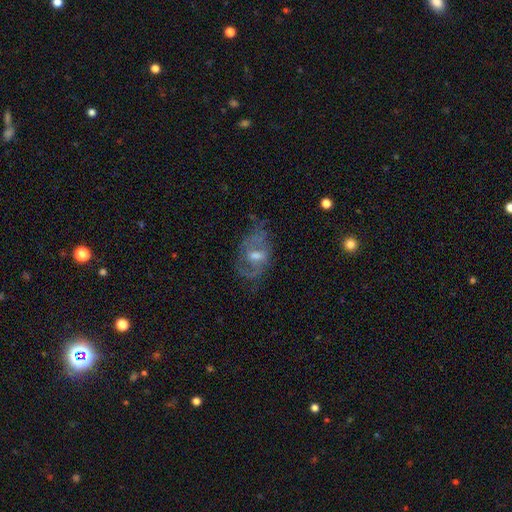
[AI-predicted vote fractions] Smooth or featured?
  - featured or disk: 67% *
  - smooth: 23%
  - star or artifact: 10%
Edge-on disk?
  - no: 94% *
  - yes: 6%
Bar?
  - weak: 46% *
  - no: 41%
  - strong: 13%
Spiral arms?
  - yes: 65% *
  - no: 35%
Bulge size?
  - moderate: 58% *
  - small: 29%
  - large: 6%
  - none: 6%
  - dominant: 1%
Merging?
  - none: 50% *
  - minor disturbance: 24%
  - major disturbance: 23%
  - merger: 3%